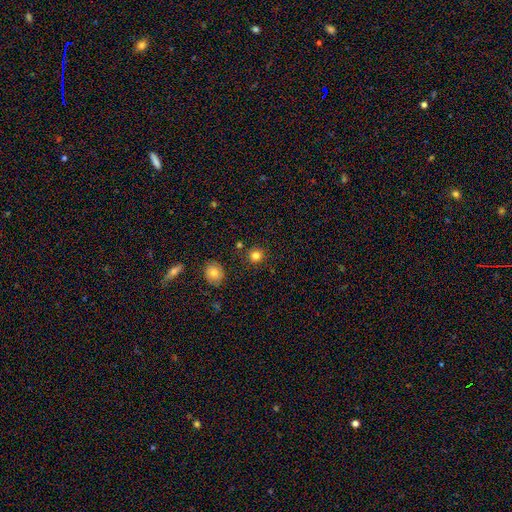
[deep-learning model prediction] Smooth or featured?
  - smooth: 81% *
  - star or artifact: 12%
  - featured or disk: 6%
How rounded?
  - round: 91% *
  - in between: 8%
  - cigar-shaped: 1%
Merging?
  - none: 87% *
  - minor disturbance: 7%
  - merger: 3%
  - major disturbance: 2%